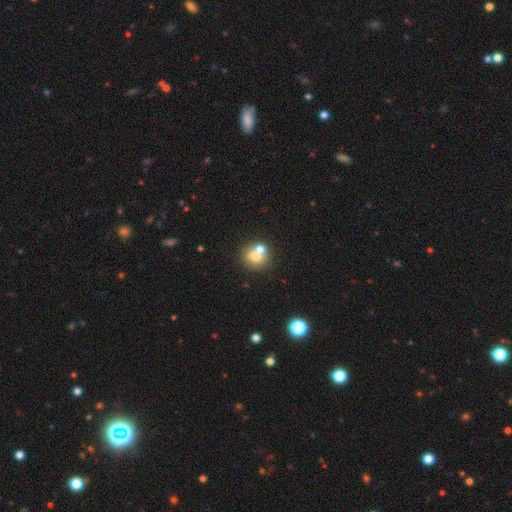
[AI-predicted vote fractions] This appears to be a smooth galaxy with no disk features (65%) that is round (81%). Merging: merger (45%).